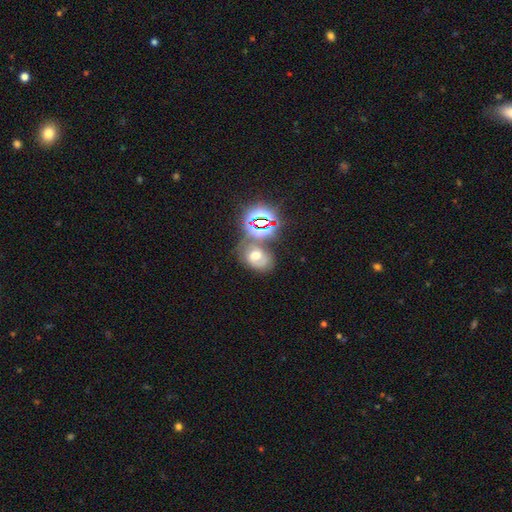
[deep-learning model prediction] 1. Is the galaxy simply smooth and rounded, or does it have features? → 43% smooth, 29% star or artifact, 28% featured or disk.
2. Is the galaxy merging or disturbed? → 45% none, 23% merger, 19% minor disturbance, 12% major disturbance.